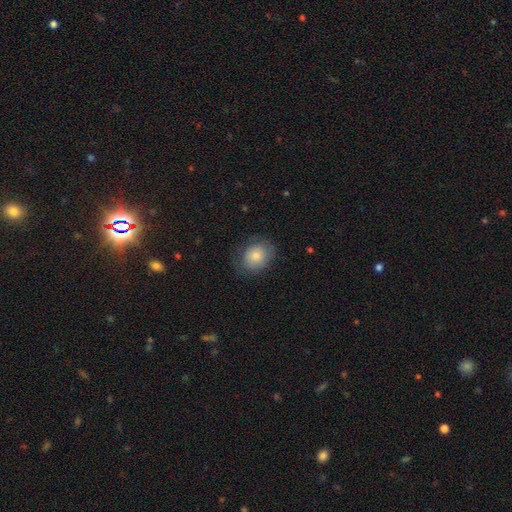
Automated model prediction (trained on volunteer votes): This is likely a smooth galaxy (80%). How rounded: possibly round (51%). Merging: likely none (71%).